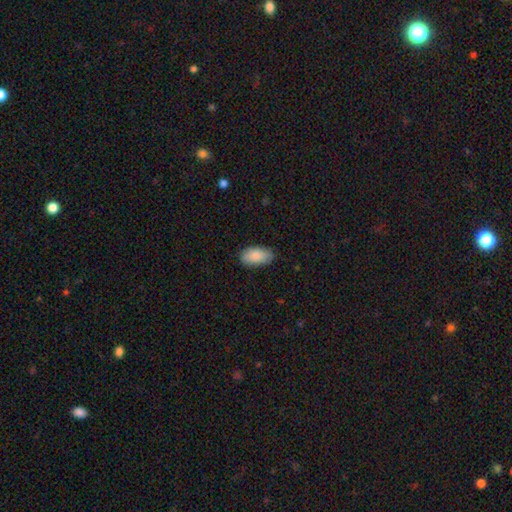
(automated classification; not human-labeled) smooth 87%, featured or disk 7%, star or artifact 6%. Down the decision tree: how rounded — in between (94%); merging — none (81%).